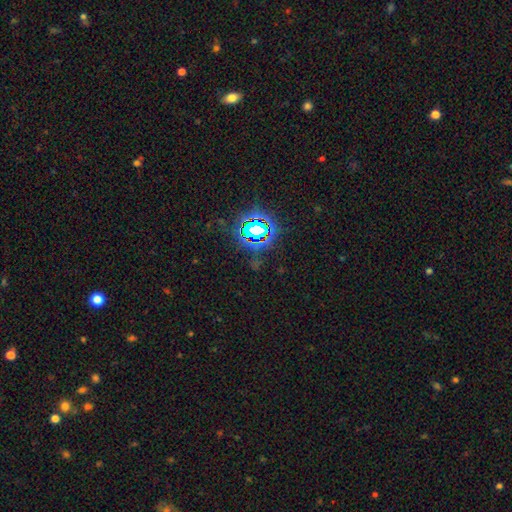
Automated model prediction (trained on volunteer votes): The model was most divided on "smooth or featured": star or artifact: 79%, smooth: 13%, featured or disk: 8%.